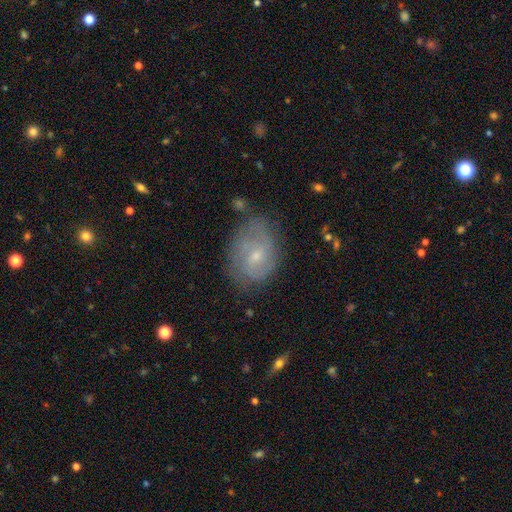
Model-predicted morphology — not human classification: Smooth or featured? Predicted: featured or disk (p=0.59). Edge-on disk? Predicted: no (p=0.96). Bar? Predicted: no (p=0.54). Spiral arms? Predicted: yes (p=0.82). Bulge size? Predicted: small (p=0.64). Merging? Predicted: none (p=0.70).